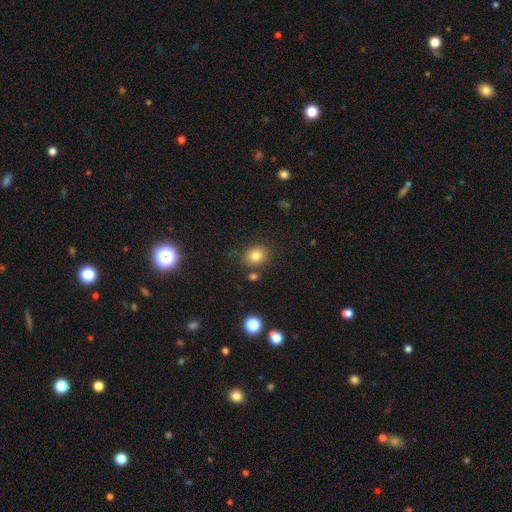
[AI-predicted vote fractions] smooth_or_featured: smooth (p=0.81) [alt: star or artifact p=0.12]
how_rounded: round (p=0.71) [alt: in between p=0.29]
merging: none (p=0.80) [alt: minor disturbance p=0.11]